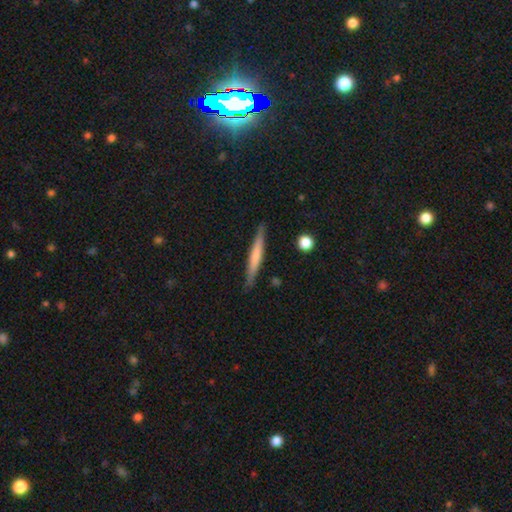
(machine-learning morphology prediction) type=smooth (56%); roundness=cigar-shaped (96%); merging=none (88%).